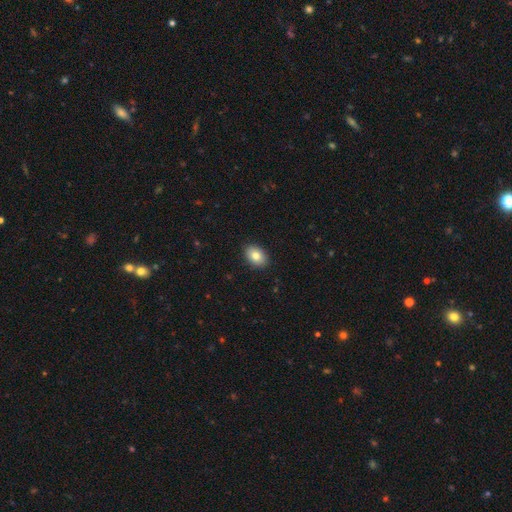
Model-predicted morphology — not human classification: This appears to be a smooth galaxy with no disk features (82%) that is in between round and cigar-shaped (84%). Merging: none (90%).